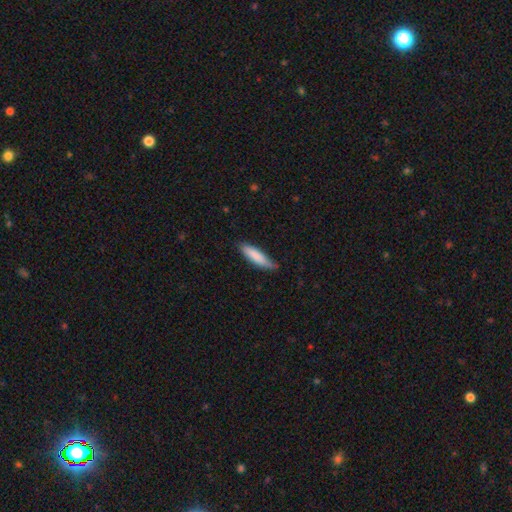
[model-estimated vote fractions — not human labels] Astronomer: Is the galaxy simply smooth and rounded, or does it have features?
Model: smooth — 84%.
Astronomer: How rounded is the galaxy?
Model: cigar-shaped — 69%.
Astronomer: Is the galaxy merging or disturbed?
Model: none — 71%.